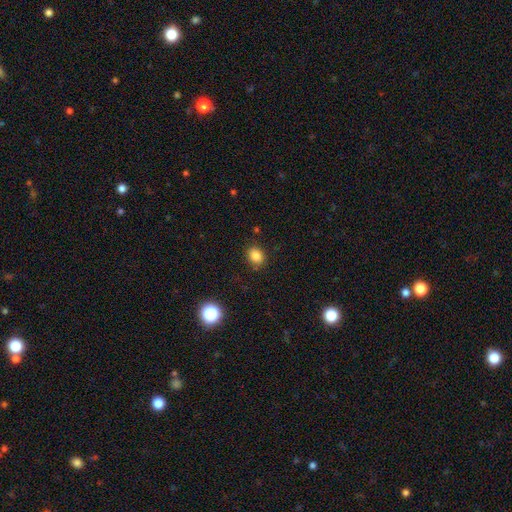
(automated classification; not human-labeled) smooth 84%, star or artifact 12%, featured or disk 4%. Down the decision tree: how rounded — in between (51%); merging — none (84%).